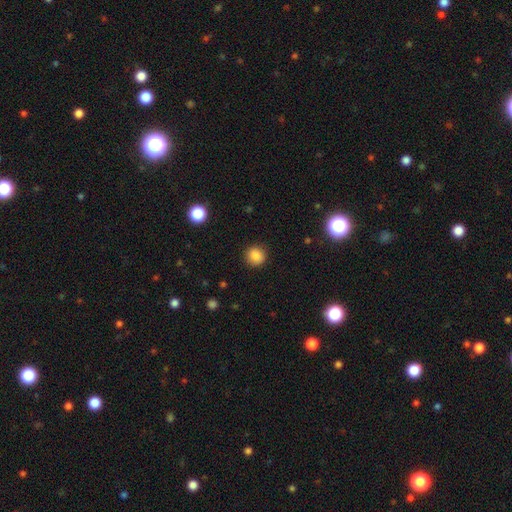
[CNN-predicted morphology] Smooth or featured: smooth — 86% (star or artifact — 10%)
How rounded: round — 89% (in between — 10%)
Merging: none — 90% (minor disturbance — 7%)